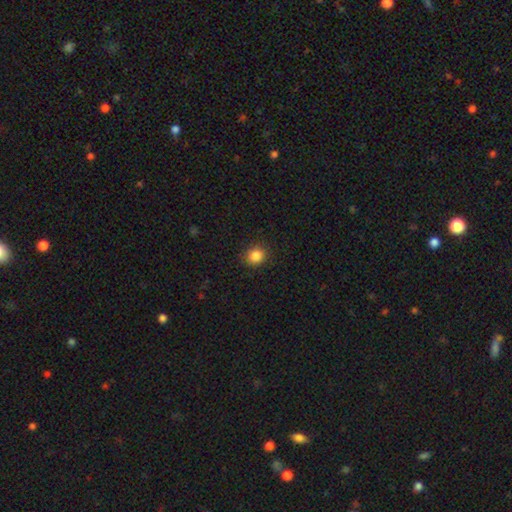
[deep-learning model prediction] The model was most divided on "how rounded": round: 80%, in between: 19%, cigar-shaped: 1%. More confident: merging — none (89%); smooth or featured — smooth (86%).